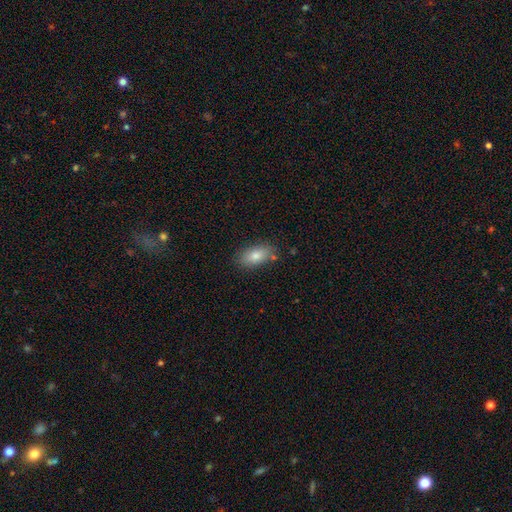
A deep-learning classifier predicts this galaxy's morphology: Q: Smooth or featured?
A: smooth (80%); runner-up: featured or disk (12%)
Q: How rounded?
A: in between (89%); runner-up: cigar-shaped (5%)
Q: Merging?
A: none (80%); runner-up: minor disturbance (14%)